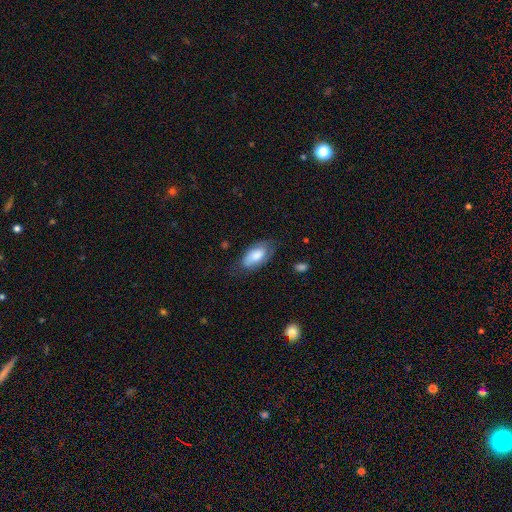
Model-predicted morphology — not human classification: Smooth or featured?
  - smooth: 75% *
  - featured or disk: 19%
  - star or artifact: 7%
How rounded?
  - in between: 92% *
  - cigar-shaped: 6%
  - round: 3%
Merging?
  - none: 62% *
  - minor disturbance: 27%
  - major disturbance: 10%
  - merger: 2%